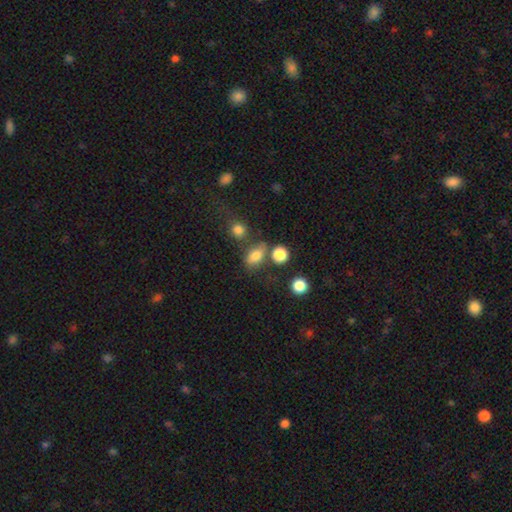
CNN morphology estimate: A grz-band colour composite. It shows a smooth galaxy with no disk features (77%) that is in between round and cigar-shaped (74%). Merging: none (58%).